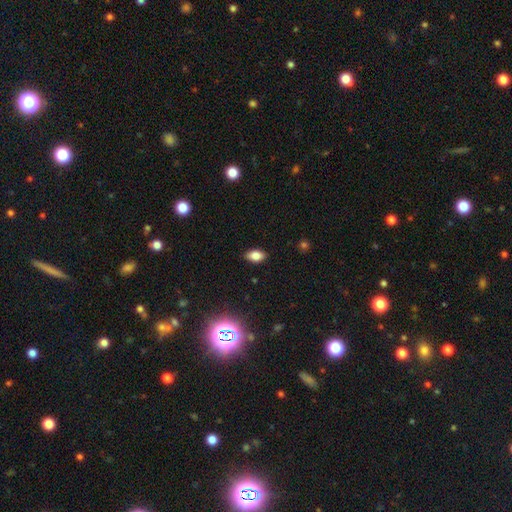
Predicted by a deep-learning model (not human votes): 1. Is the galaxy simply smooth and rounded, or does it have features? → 80% smooth, 11% star or artifact, 9% featured or disk.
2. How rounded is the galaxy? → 90% in between, 7% round, 3% cigar-shaped.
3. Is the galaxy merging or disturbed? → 88% none, 9% minor disturbance, 2% major disturbance, 1% merger.